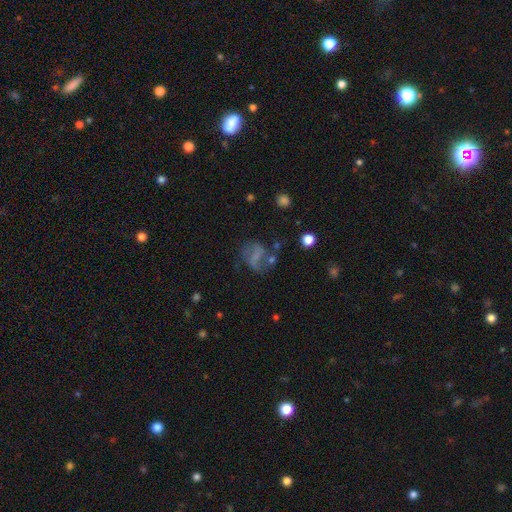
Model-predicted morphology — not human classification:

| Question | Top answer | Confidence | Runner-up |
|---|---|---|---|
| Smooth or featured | featured or disk | 48% | smooth (35%) |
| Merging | none | 45% | major disturbance (25%) |